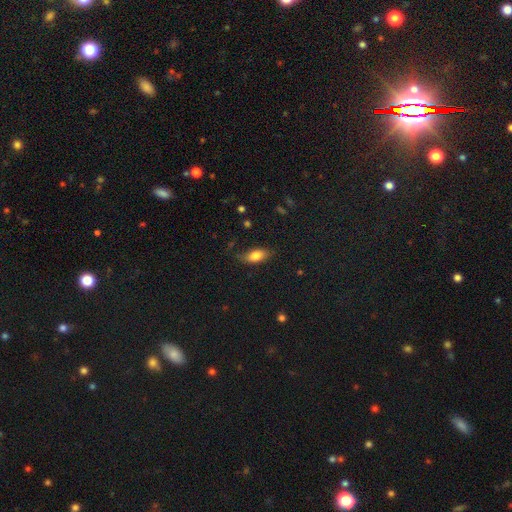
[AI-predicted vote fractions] A smooth galaxy with no disk features (82%) that is in between round and cigar-shaped (87%).

Vote fractions:
- Smooth or featured? smooth: 82% / featured or disk: 11% / star or artifact: 8%
- How rounded? in between: 87% / cigar-shaped: 9% / round: 4%
- Merging? none: 72% / minor disturbance: 21% / major disturbance: 5% / merger: 2%